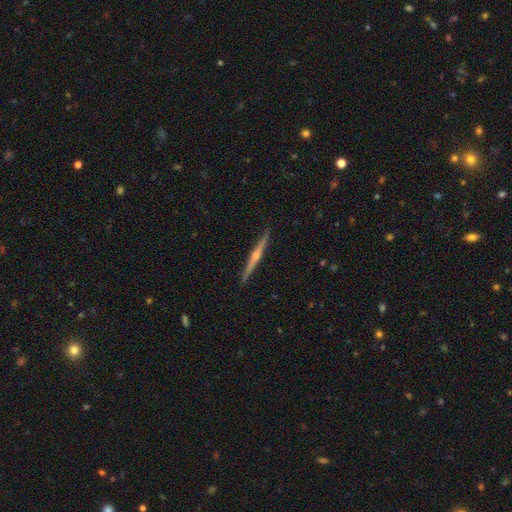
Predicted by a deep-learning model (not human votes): Smooth or featured? Predicted: featured or disk (p=0.80). Edge-on disk? Predicted: yes (p=0.98). Edge-on bulge? Predicted: rounded (p=0.88). Merging? Predicted: none (p=0.92).